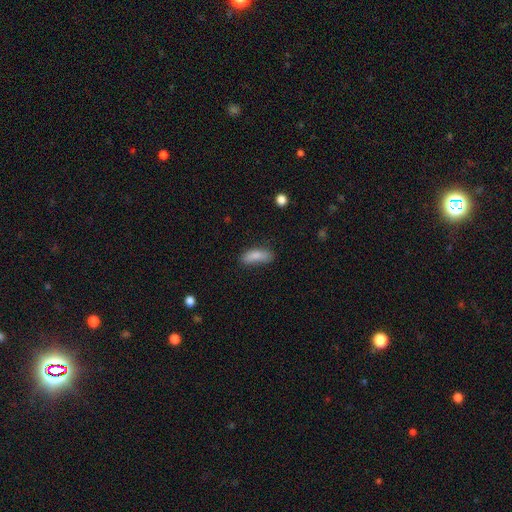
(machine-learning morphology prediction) Smooth or featured? smooth (84%)
How rounded? in between (68%)
Merging? none (60%)